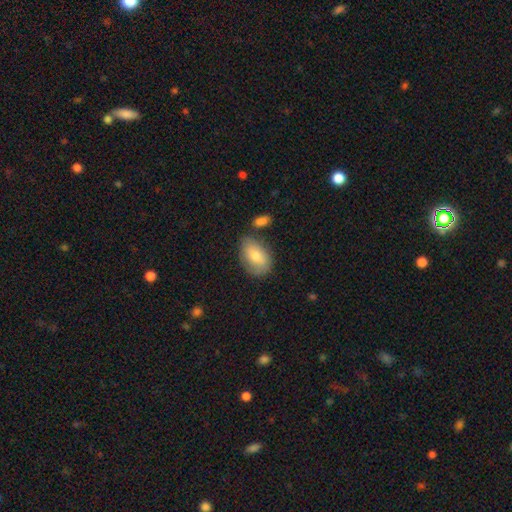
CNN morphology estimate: A smooth galaxy with no disk features (74%) that is in between round and cigar-shaped (88%).

Vote fractions:
- Smooth or featured? smooth: 74% / featured or disk: 19% / star or artifact: 7%
- How rounded? in between: 88% / round: 10% / cigar-shaped: 2%
- Merging? none: 67% / minor disturbance: 21% / merger: 8% / major disturbance: 5%